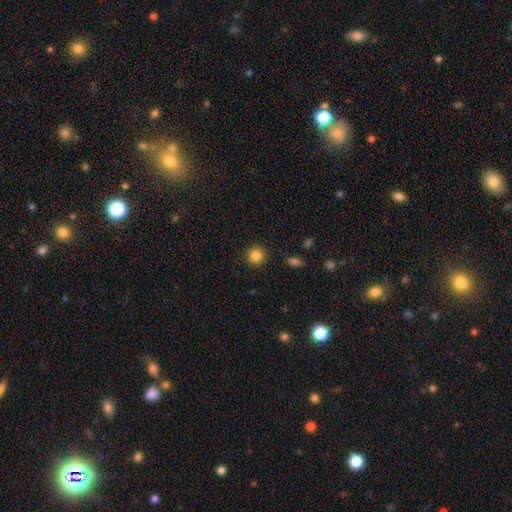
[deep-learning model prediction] Overall: smooth (85%). How rounded: round (93%). Merging: none (91%).